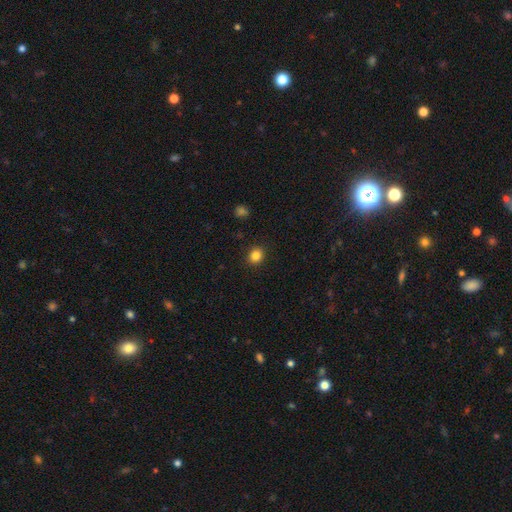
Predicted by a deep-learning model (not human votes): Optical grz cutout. It shows a smooth galaxy with no disk features (85%) that is round (75%). Merging: none (91%).